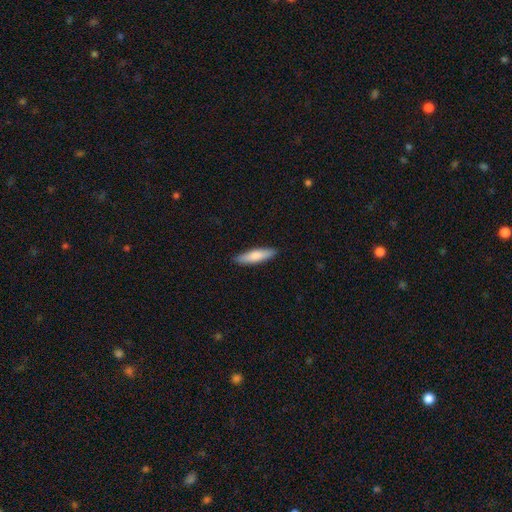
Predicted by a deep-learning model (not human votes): smooth 75%, featured or disk 20%, star or artifact 5%. Down the decision tree: how rounded — cigar-shaped (71%); merging — none (89%).